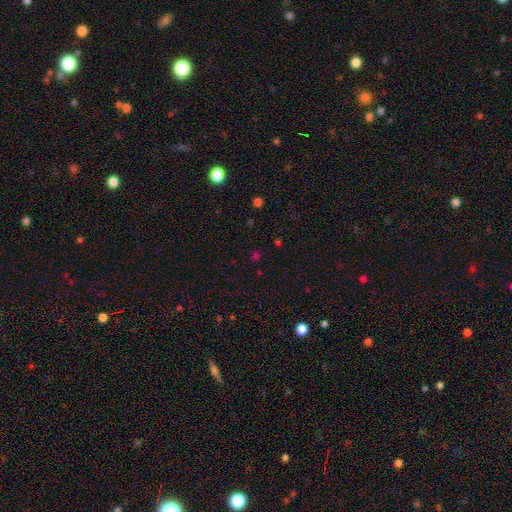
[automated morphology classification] Smooth or featured?
  - star or artifact: 48% *
  - smooth: 46%
  - featured or disk: 6%